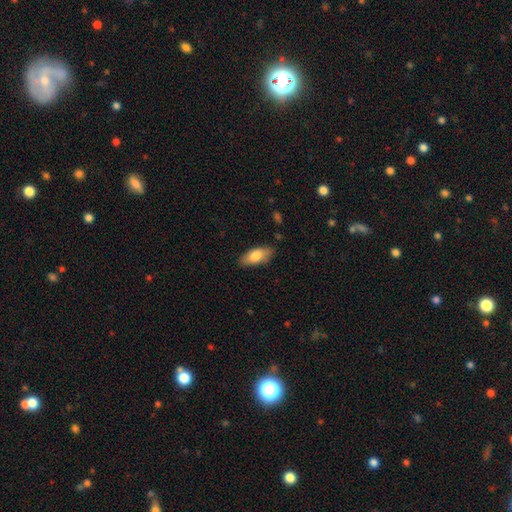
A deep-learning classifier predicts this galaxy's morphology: Smooth or featured? Predicted: smooth (p=0.79). How rounded? Predicted: in between (p=0.86). Merging? Predicted: none (p=0.83).